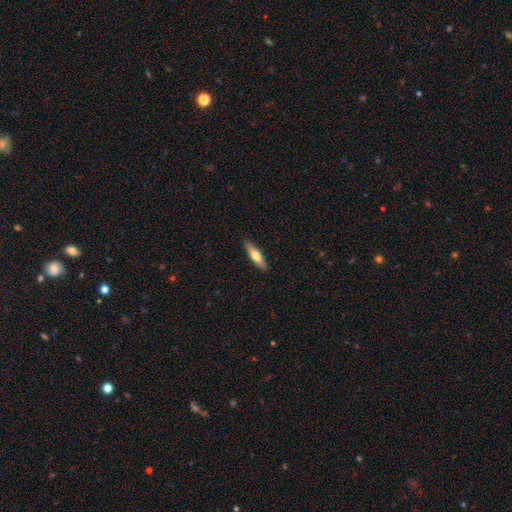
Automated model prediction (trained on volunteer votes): smooth 62%, featured or disk 33%, star or artifact 5%. Down the decision tree: how rounded — cigar-shaped (72%); merging — none (90%).